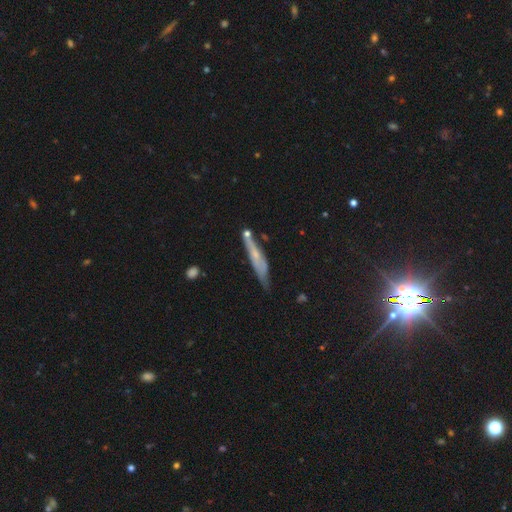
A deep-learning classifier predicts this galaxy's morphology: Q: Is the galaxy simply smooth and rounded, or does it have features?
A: featured or disk — 51%.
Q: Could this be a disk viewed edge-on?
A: yes — 71%.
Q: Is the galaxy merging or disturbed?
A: none — 55%.